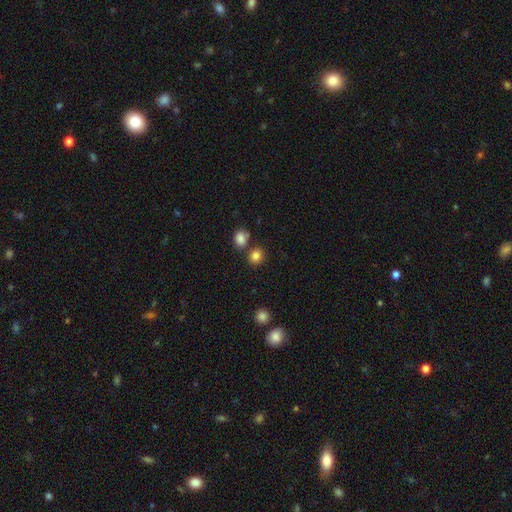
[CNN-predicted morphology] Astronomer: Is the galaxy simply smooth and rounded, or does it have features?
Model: smooth — 84%.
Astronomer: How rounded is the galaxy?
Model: round — 71%.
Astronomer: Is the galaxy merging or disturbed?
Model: none — 73%.